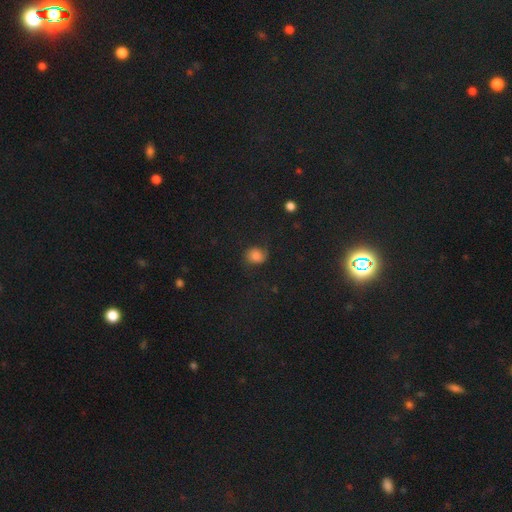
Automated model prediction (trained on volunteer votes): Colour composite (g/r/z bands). It shows a smooth galaxy with no disk features (74%) that is round (66%). Merging: none (66%).